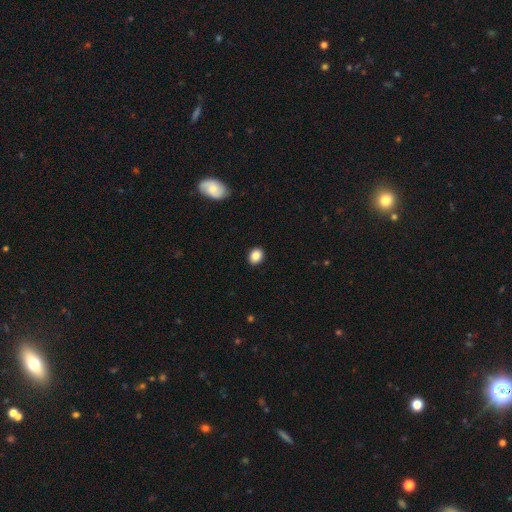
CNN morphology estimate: smooth_or_featured: smooth (p=0.88) [alt: star or artifact p=0.08]
how_rounded: round (p=0.50) [alt: in between p=0.49]
merging: none (p=0.90) [alt: minor disturbance p=0.07]